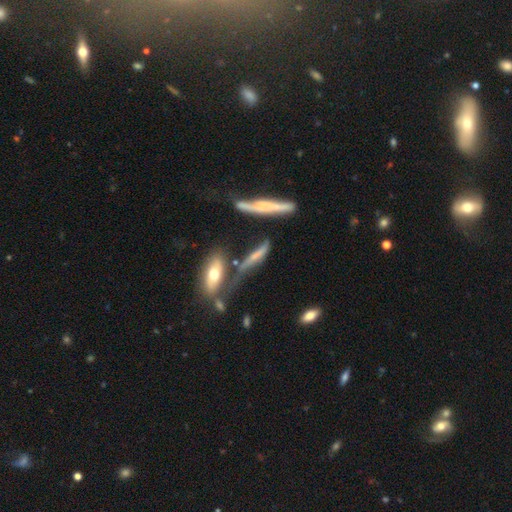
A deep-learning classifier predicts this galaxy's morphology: smooth_or_featured: smooth (p=0.47) [alt: featured or disk p=0.41]
merging: none (p=0.42) [alt: merger p=0.22]